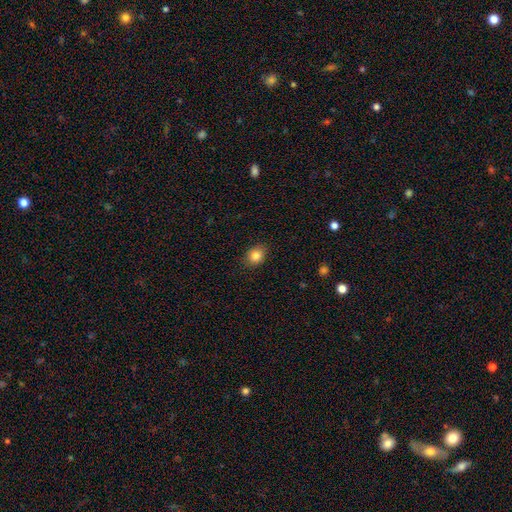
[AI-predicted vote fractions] Smooth or featured? Predicted: smooth (p=0.84). How rounded? Predicted: round (p=0.53). Merging? Predicted: none (p=0.87).